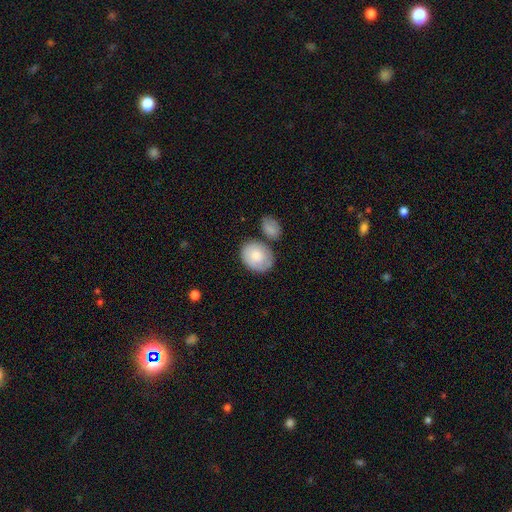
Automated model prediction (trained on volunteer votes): smooth-or-featured: smooth: 77% | featured or disk: 17% | star or artifact: 6%
  how-rounded: in between: 61% | round: 38% | cigar-shaped: 1%
  merging: none: 59% | minor disturbance: 20% | merger: 16% | major disturbance: 6%